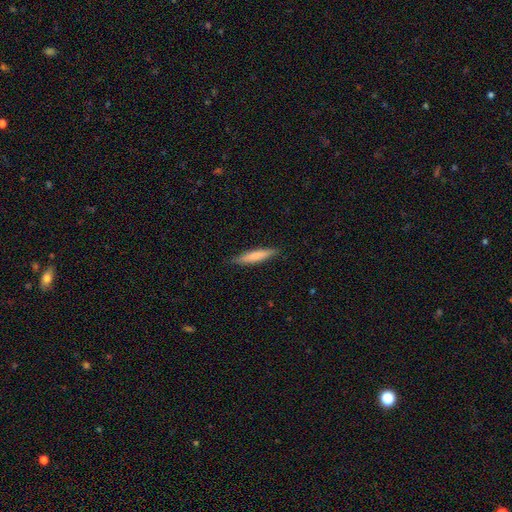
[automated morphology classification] The model was most divided on "smooth or featured": smooth: 75%, featured or disk: 19%, star or artifact: 6%. More confident: how rounded — cigar-shaped (89%); merging — none (87%).